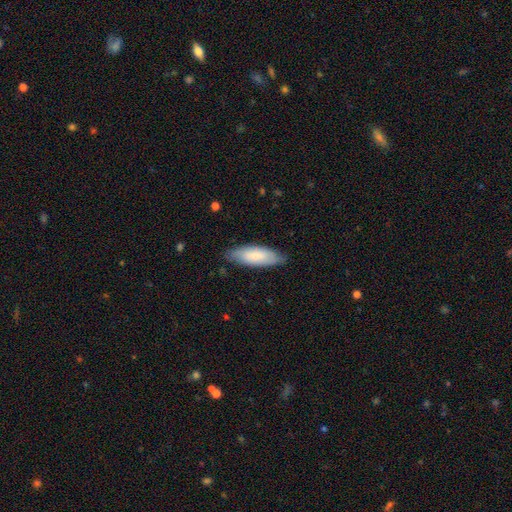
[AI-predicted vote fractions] Q: Smooth or featured?
A: smooth (75%); runner-up: featured or disk (20%)
Q: How rounded?
A: in between (64%); runner-up: cigar-shaped (34%)
Q: Merging?
A: none (81%); runner-up: minor disturbance (16%)